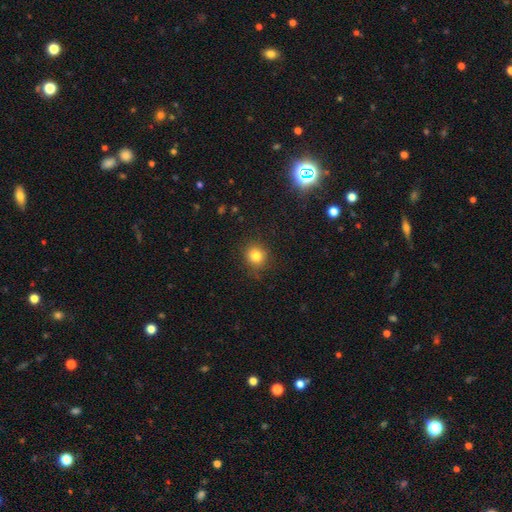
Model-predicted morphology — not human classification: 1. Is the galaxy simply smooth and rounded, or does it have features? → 82% smooth, 12% star or artifact, 6% featured or disk.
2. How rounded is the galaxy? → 84% round, 15% in between, 1% cigar-shaped.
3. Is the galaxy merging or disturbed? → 86% none, 10% minor disturbance, 3% major disturbance, 1% merger.